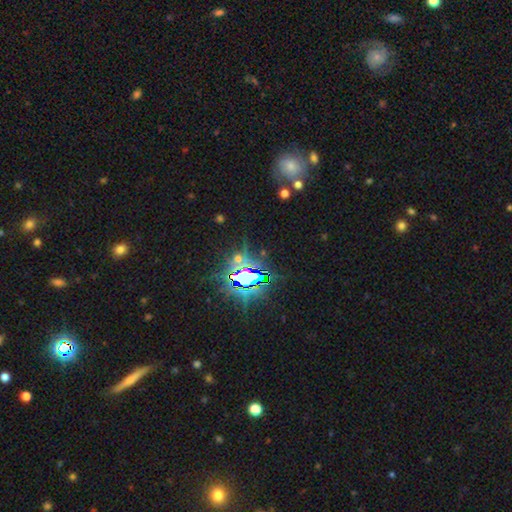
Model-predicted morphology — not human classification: A star or artifact, not a galaxy (80%).

Vote fractions:
- Smooth or featured? star or artifact: 80% / smooth: 11% / featured or disk: 9%